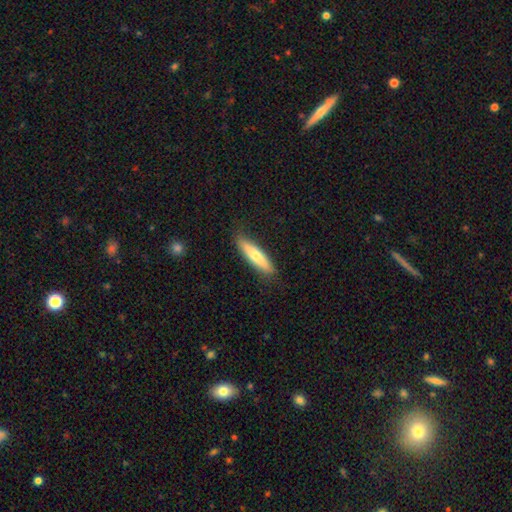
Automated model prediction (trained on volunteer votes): Morphology: type=smooth (67%); roundness=cigar-shaped (75%); merging=none (86%).